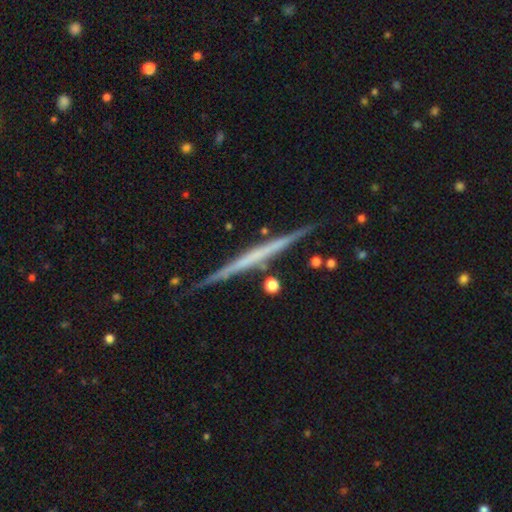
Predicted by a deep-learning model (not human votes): smooth_or_featured: featured or disk (p=0.68) [alt: smooth p=0.26]
disk_edge_on: yes (p=0.98) [alt: no p=0.02]
edge_on_bulge: none (p=0.86) [alt: rounded p=0.09]
merging: none (p=0.87) [alt: minor disturbance p=0.09]